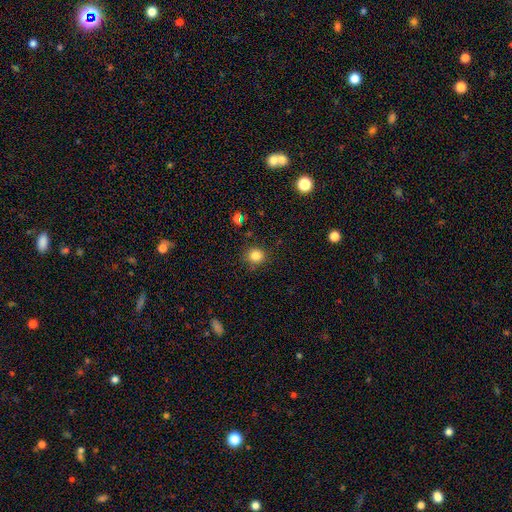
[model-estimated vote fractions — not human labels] smooth-or-featured: smooth: 82% | star or artifact: 13% | featured or disk: 5%
  how-rounded: round: 87% | in between: 12% | cigar-shaped: 1%
  merging: none: 87% | minor disturbance: 8% | major disturbance: 3% | merger: 2%